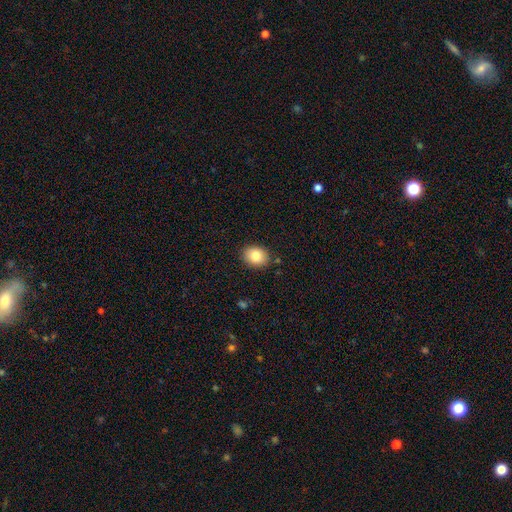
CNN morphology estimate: smooth 84%, star or artifact 9%, featured or disk 8%. Down the decision tree: how rounded — round (50%, tied with in between); merging — none (87%).